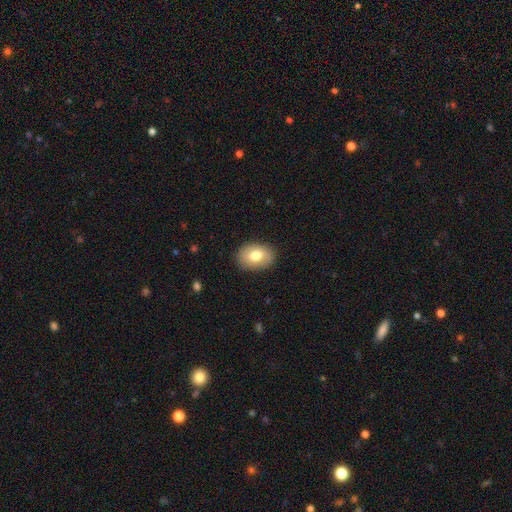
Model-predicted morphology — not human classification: type=smooth (73%); roundness=in between (83%); merging=none (85%).